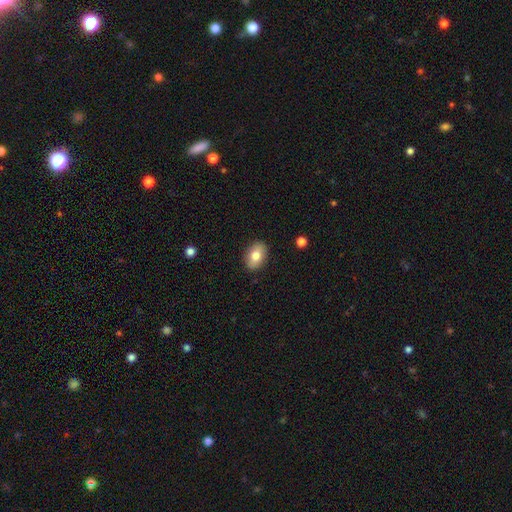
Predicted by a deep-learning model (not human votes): The model was most divided on "smooth or featured": smooth: 78%, featured or disk: 15%, star or artifact: 7%. More confident: merging — none (88%); how rounded — in between (85%).